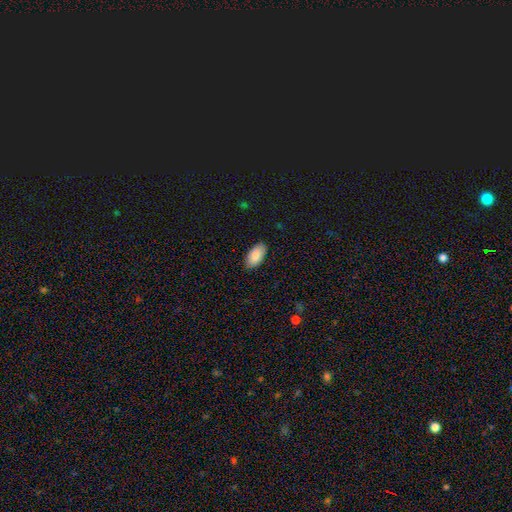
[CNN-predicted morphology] A smooth galaxy with no disk features (87%) that is in between round and cigar-shaped (96%). Merging: none (87%).